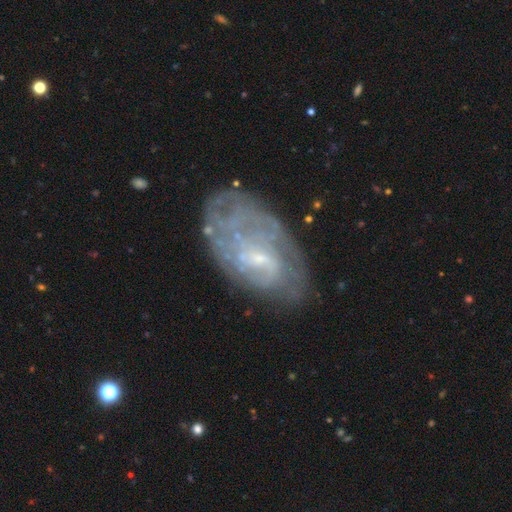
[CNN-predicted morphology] Q: Smooth or featured?
A: featured or disk (71%); runner-up: smooth (19%)
Q: Edge-on disk?
A: no (95%); runner-up: yes (5%)
Q: Bar?
A: no (49%); runner-up: weak (43%)
Q: Spiral arms?
A: yes (68%); runner-up: no (32%)
Q: Bulge size?
A: small (68%); runner-up: moderate (16%)
Q: Merging?
A: none (62%); runner-up: minor disturbance (22%)